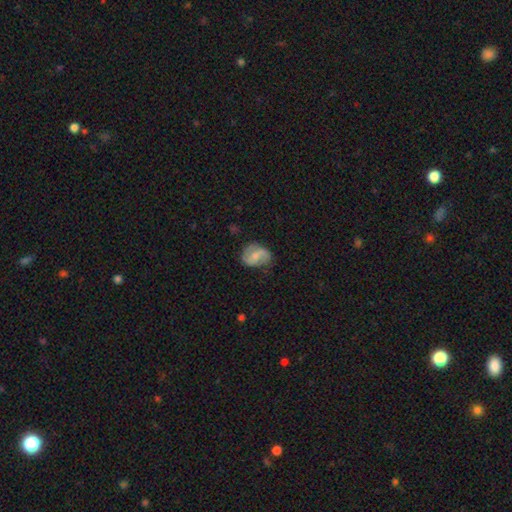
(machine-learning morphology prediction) A featured or disk galaxy (57%) with a weak bar (49%), spiral arms (84%) and a small central bulge (43%). Merging: none (58%).